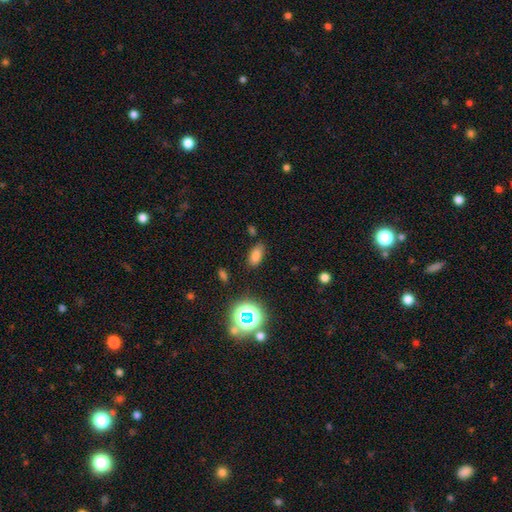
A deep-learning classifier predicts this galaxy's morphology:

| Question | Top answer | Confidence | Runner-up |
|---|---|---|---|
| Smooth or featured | smooth | 75% | star or artifact (19%) |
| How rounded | in between | 87% | round (7%) |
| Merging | none | 79% | minor disturbance (14%) |